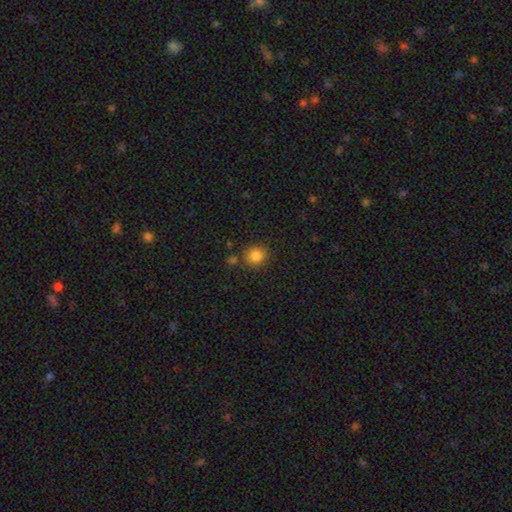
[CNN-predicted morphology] Smooth or featured?
  - smooth: 83% *
  - star or artifact: 12%
  - featured or disk: 5%
How rounded?
  - round: 84% *
  - in between: 15%
  - cigar-shaped: 1%
Merging?
  - none: 82% *
  - minor disturbance: 9%
  - merger: 6%
  - major disturbance: 3%